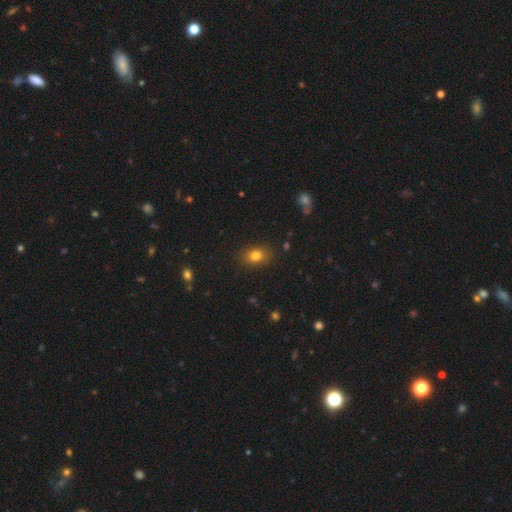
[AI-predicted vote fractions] smooth_or_featured: smooth (p=0.80) [alt: star or artifact p=0.12]
how_rounded: in between (p=0.66) [alt: round p=0.33]
merging: none (p=0.87) [alt: minor disturbance p=0.10]